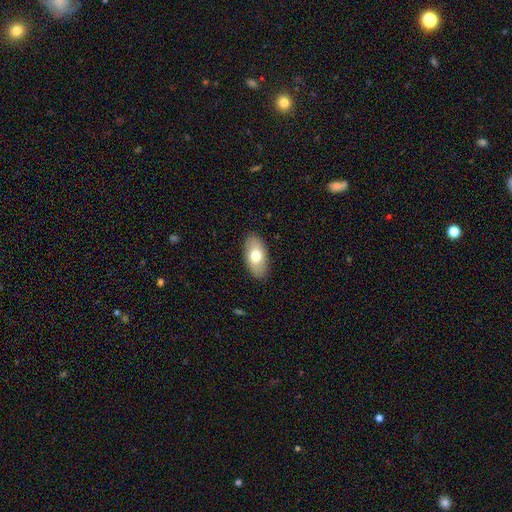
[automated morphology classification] A smooth galaxy with no disk features (71%) that is in between round and cigar-shaped (93%).

Vote fractions:
- Smooth or featured? smooth: 71% / featured or disk: 23% / star or artifact: 6%
- How rounded? in between: 93% / round: 4% / cigar-shaped: 3%
- Merging? none: 88% / minor disturbance: 9% / major disturbance: 2% / merger: 1%